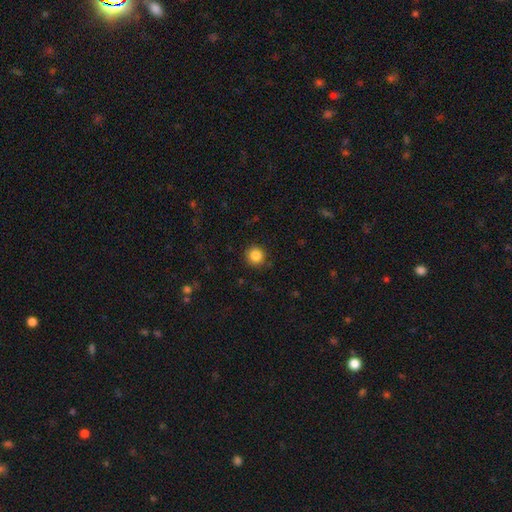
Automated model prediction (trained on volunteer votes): This appears to be a smooth galaxy with no disk features (85%) that is round (93%). Merging: none (89%).